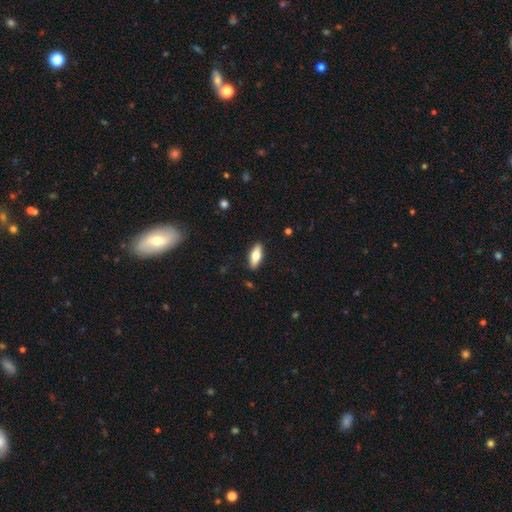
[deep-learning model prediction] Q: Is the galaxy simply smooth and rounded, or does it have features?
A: smooth — 66%.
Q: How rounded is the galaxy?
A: in between — 70%.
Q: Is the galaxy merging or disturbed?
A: none — 89%.